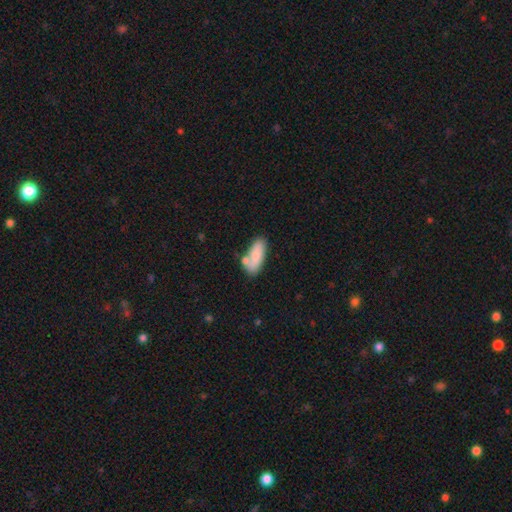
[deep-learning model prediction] Smooth or featured? Predicted: smooth (p=0.77). How rounded? Predicted: in between (p=0.80). Merging? Predicted: none (p=0.51).